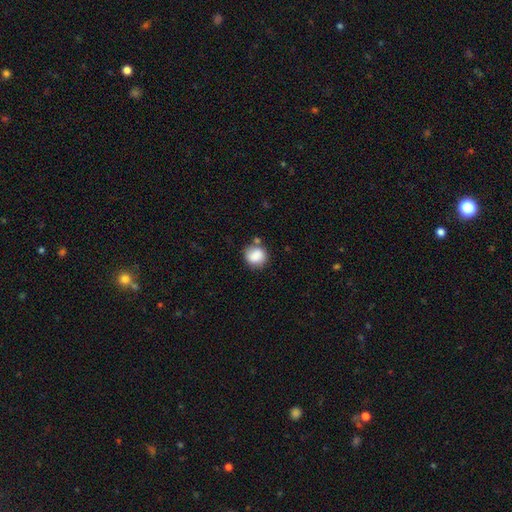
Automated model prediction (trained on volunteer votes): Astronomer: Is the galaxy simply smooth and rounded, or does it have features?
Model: smooth — 85%.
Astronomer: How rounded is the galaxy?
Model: round — 82%.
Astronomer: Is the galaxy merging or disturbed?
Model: none — 69%.